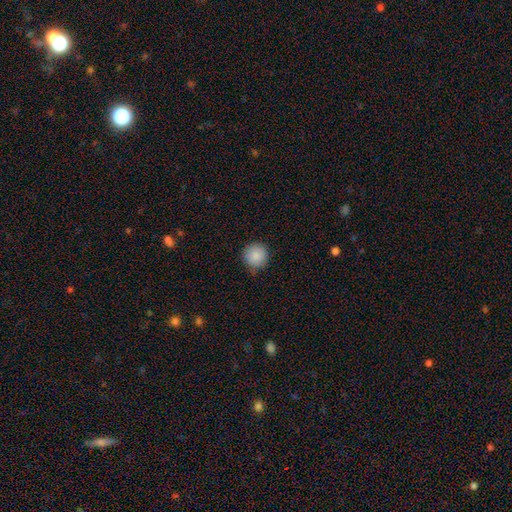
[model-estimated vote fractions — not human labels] smooth 88%, star or artifact 8%, featured or disk 4%. Down the decision tree: how rounded — round (95%); merging — none (84%).